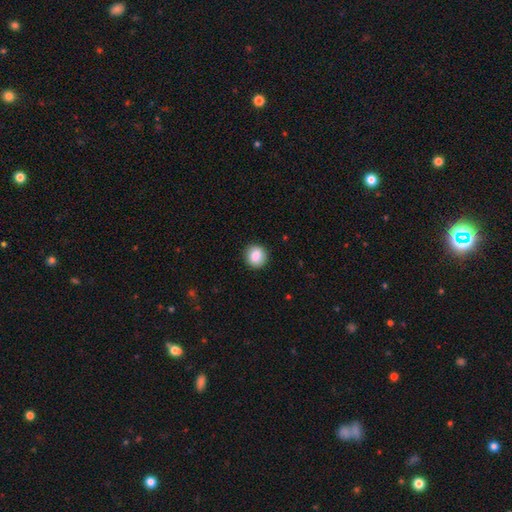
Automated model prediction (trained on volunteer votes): smooth-or-featured: smooth: 86% | star or artifact: 8% | featured or disk: 5%
  how-rounded: round: 86% | in between: 13% | cigar-shaped: 1%
  merging: none: 90% | minor disturbance: 7% | major disturbance: 2% | merger: 1%